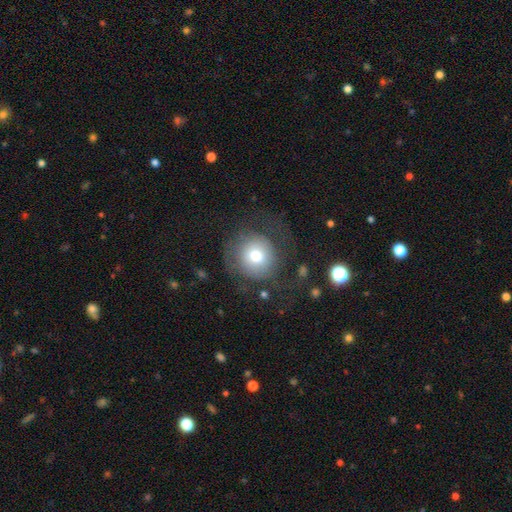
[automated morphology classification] smooth 66%, featured or disk 24%, star or artifact 10%. Down the decision tree: how rounded — round (91%); merging — none (58%).